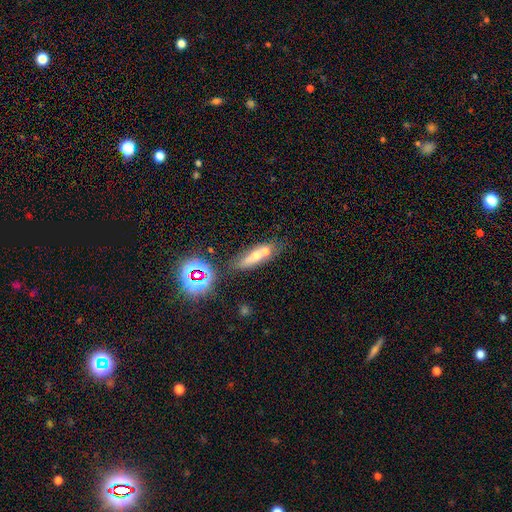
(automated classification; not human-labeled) A smooth galaxy with no disk features (47%). Merging: none (53%).